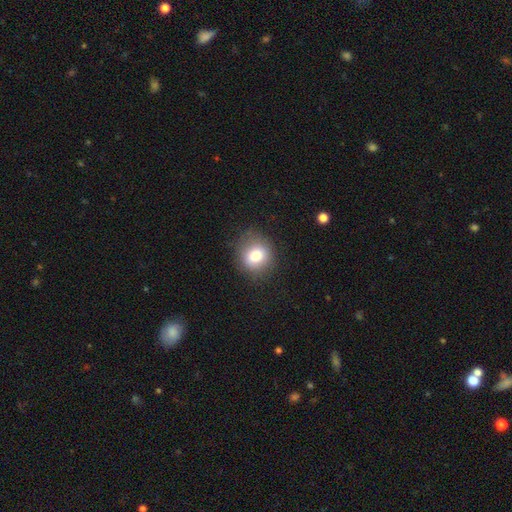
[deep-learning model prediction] Smooth or featured? Predicted: smooth (p=0.79). How rounded? Predicted: round (p=0.76). Merging? Predicted: none (p=0.82).